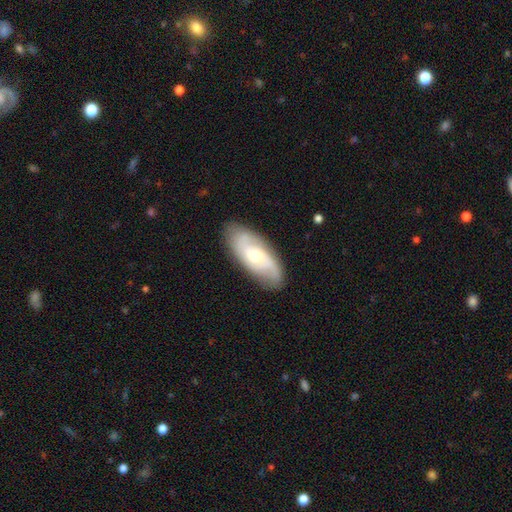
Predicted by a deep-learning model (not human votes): Smooth or featured: featured or disk — 64% (smooth — 28%)
Edge-on disk: no — 86% (yes — 14%)
Bar: no — 57% (weak — 33%)
Spiral arms: yes — 83% (no — 17%)
Bulge size: moderate — 60% (small — 33%)
Merging: none — 85% (minor disturbance — 11%)